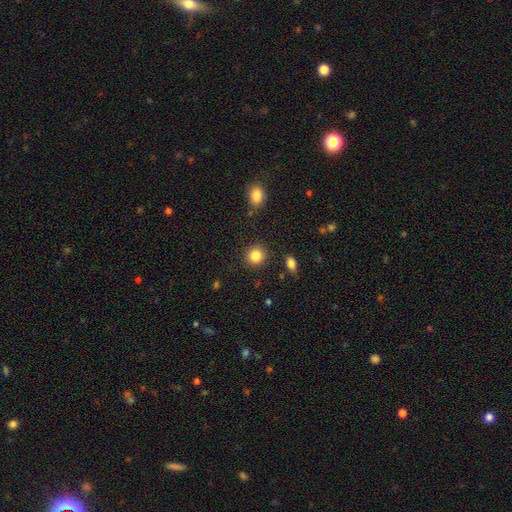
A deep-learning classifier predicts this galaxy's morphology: type=smooth (86%); roundness=round (89%); merging=none (90%).